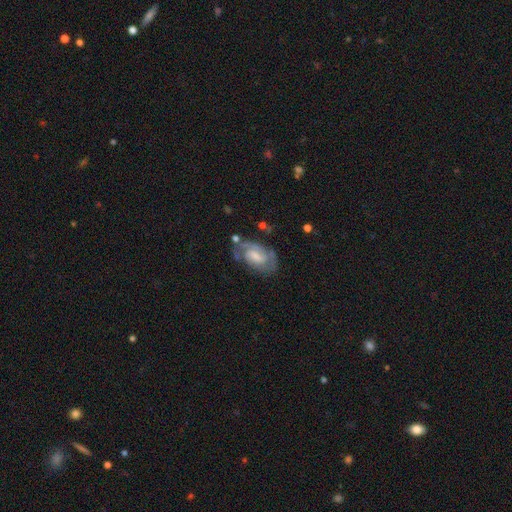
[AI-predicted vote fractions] smooth-or-featured: featured or disk: 77% | smooth: 17% | star or artifact: 6%
  disk-edge-on: no: 96% | yes: 4%
    bar: weak: 48% | no: 37% | strong: 14%
    has-spiral-arms: yes: 91% | no: 9%
      spiral-winding: tight: 50% | medium: 39% | loose: 10%
      spiral-arm-count: 2: 58% | can't tell: 19% | 1: 12% | 3: 7% | 4: 2% | more than 4: 2%
    bulge-size: moderate: 33% | small: 29% | none: 23% | large: 14% | dominant: 2%
  merging: none: 60% | minor disturbance: 23% | major disturbance: 13% | merger: 4%